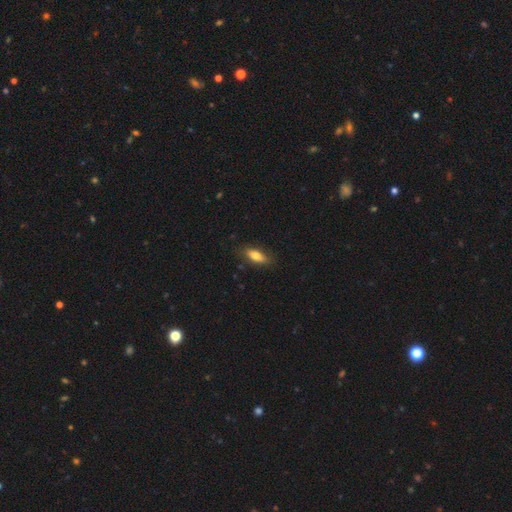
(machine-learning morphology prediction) Smooth or featured? smooth (75%)
How rounded? in between (76%)
Merging? none (81%)